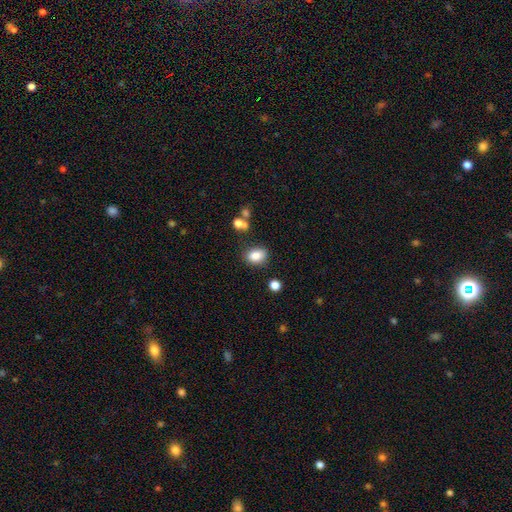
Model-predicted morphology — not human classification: Smooth or featured? Predicted: smooth (p=0.84). How rounded? Predicted: in between (p=0.68). Merging? Predicted: none (p=0.74).